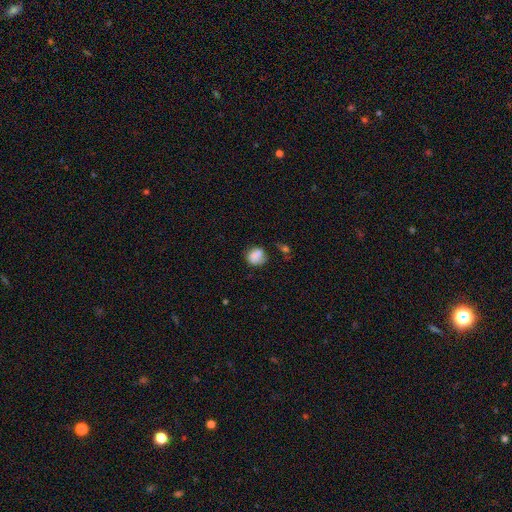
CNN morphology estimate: Smooth or featured: smooth — 79% (featured or disk — 11%)
How rounded: round — 70% (in between — 29%)
Merging: none — 51% (minor disturbance — 27%)